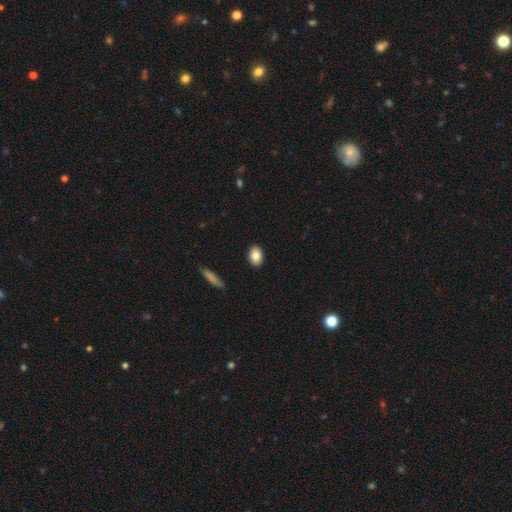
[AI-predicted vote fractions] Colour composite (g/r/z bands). It shows a smooth galaxy with no disk features (85%) that is in between round and cigar-shaped (84%). Merging: none (90%).